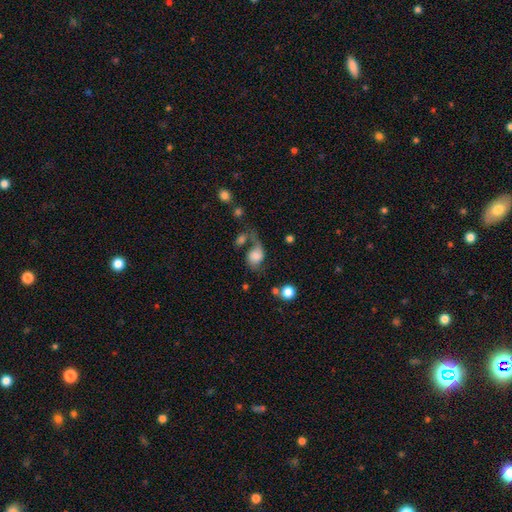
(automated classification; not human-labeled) This appears to be a featured or disk galaxy (47%). Merging: none (31%).